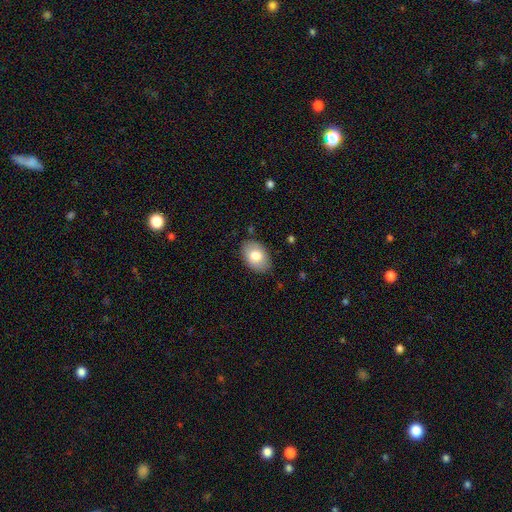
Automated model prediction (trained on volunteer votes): smooth_or_featured: smooth (p=0.77) [alt: featured or disk p=0.16]
how_rounded: in between (p=0.86) [alt: round p=0.12]
merging: none (p=0.84) [alt: minor disturbance p=0.12]